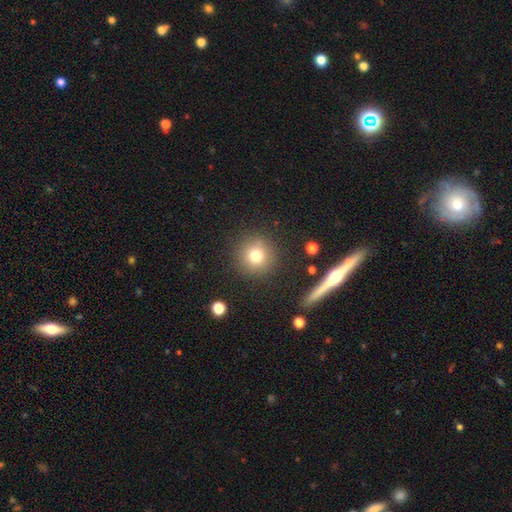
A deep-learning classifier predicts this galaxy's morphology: smooth_or_featured: smooth (p=0.77) [alt: star or artifact p=0.13]
how_rounded: round (p=0.94) [alt: in between p=0.05]
merging: none (p=0.87) [alt: minor disturbance p=0.08]